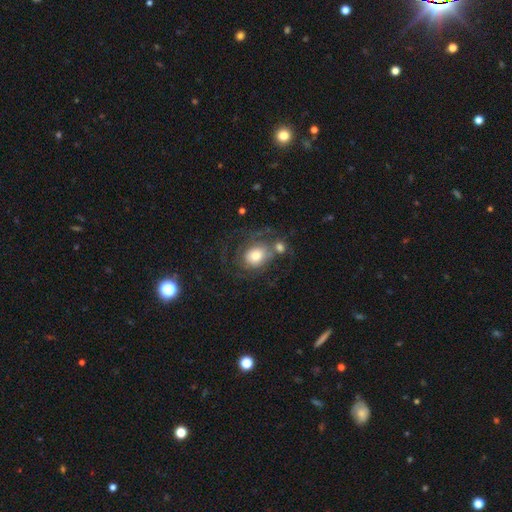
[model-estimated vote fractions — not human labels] This appears to be a smooth galaxy with no disk features (46%). Merging: none (42%).